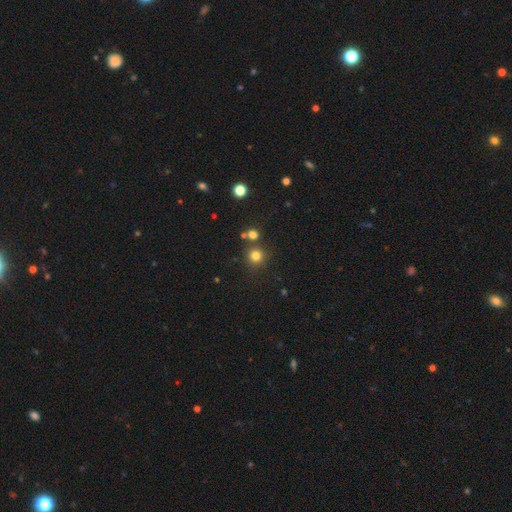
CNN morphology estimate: type=smooth (78%); roundness=round (93%); merging=none (79%).